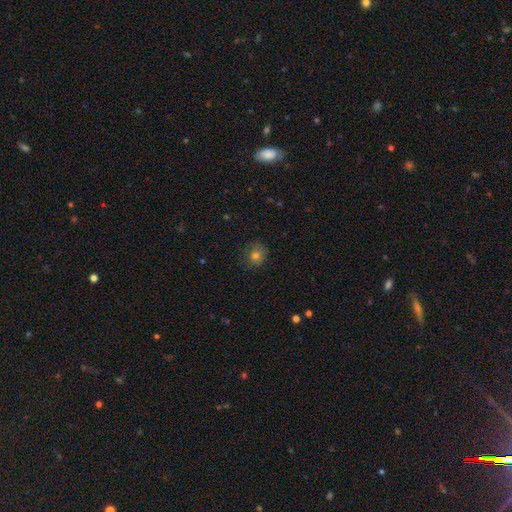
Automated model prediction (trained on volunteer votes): smooth 74%, star or artifact 13%, featured or disk 13%. Down the decision tree: how rounded — round (84%); merging — none (80%).